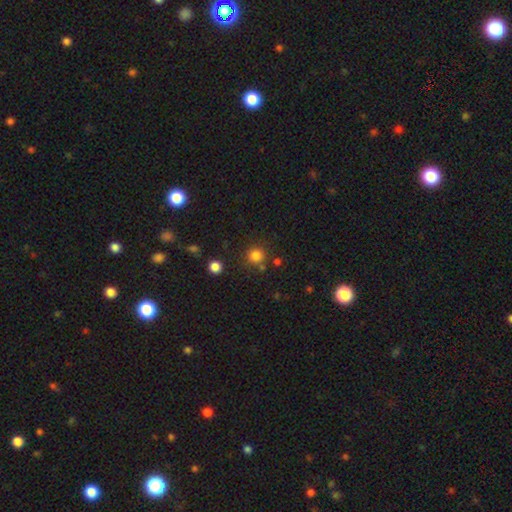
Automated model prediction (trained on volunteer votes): Smooth or featured: smooth — 82% (star or artifact — 14%)
How rounded: round — 92% (in between — 7%)
Merging: none — 79% (minor disturbance — 9%)